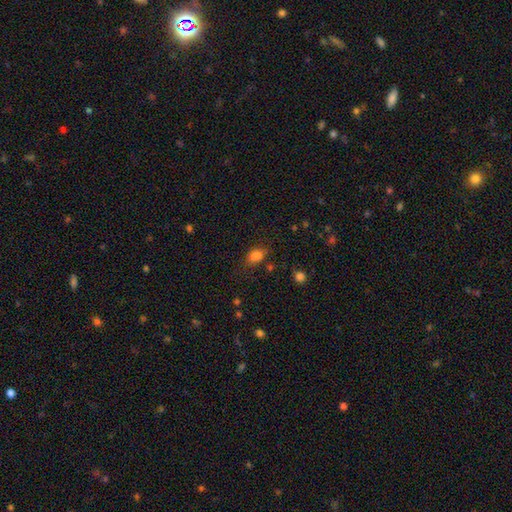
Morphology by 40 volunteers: Smooth or featured? smooth (88%)
How rounded? in between (83%)
Merging? none (54%)